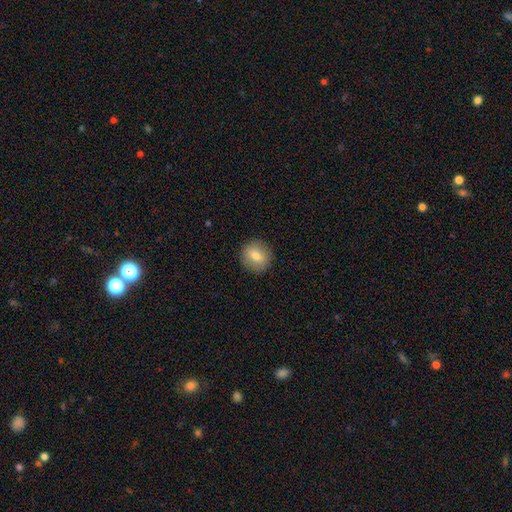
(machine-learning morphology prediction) Overall: smooth (76%). How rounded: round (84%). Merging: none (89%).